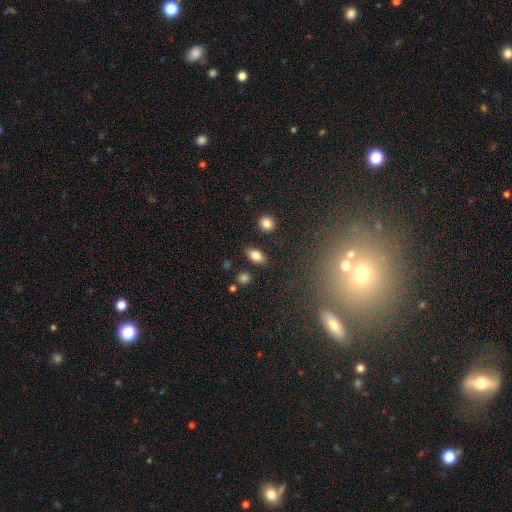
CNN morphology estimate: The model was most divided on "smooth or featured": smooth: 81%, featured or disk: 10%, star or artifact: 9%. More confident: how rounded — in between (87%); merging — none (84%).